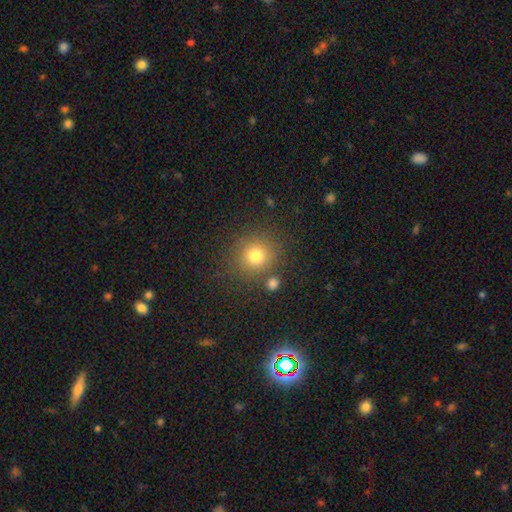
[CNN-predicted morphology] Smooth or featured? Predicted: smooth (p=0.77). How rounded? Predicted: round (p=0.89). Merging? Predicted: none (p=0.80).